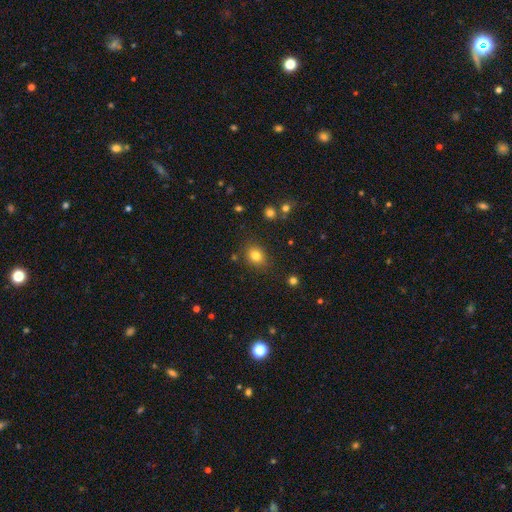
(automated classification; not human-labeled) A smooth galaxy with no disk features (80%) that is round (54%). Merging: none (82%).